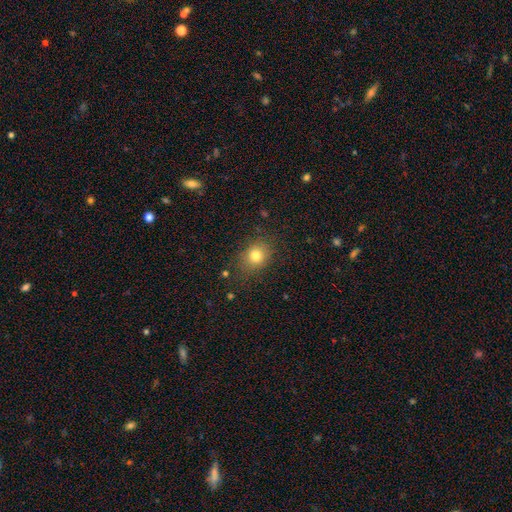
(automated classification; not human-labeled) Overall: smooth (78%). How rounded: round (54%; in between 44%). Merging: none (79%).